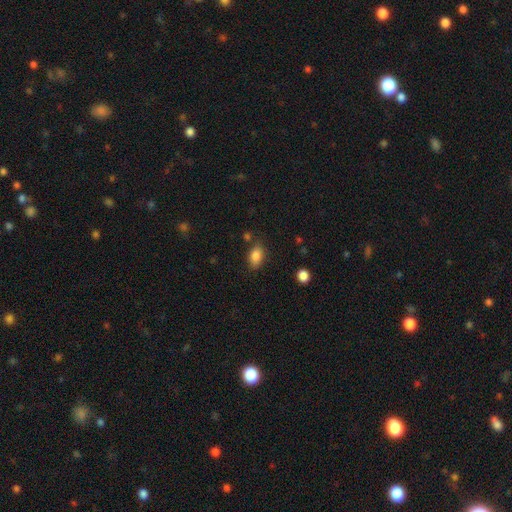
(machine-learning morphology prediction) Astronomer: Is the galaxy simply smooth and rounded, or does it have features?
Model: smooth — 85%.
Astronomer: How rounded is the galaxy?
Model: in between — 87%.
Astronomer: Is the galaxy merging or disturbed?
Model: none — 78%.